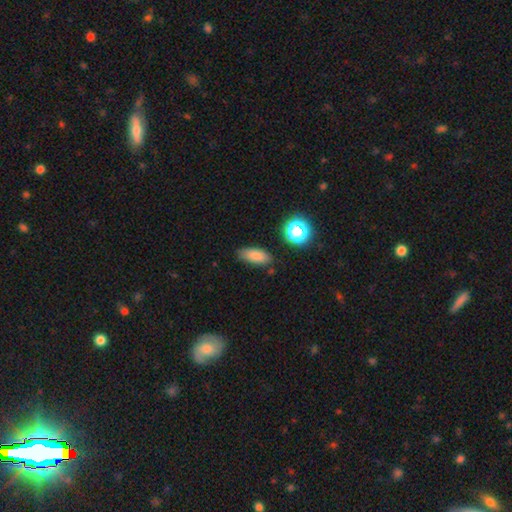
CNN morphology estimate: Smooth or featured? Predicted: smooth (p=0.82). How rounded? Predicted: in between (p=0.79). Merging? Predicted: none (p=0.80).